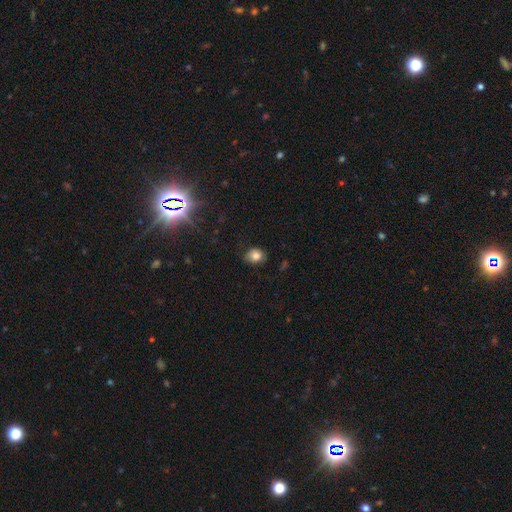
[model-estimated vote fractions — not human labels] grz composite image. It shows a smooth galaxy with no disk features (80%) that is round (57%). Merging: none (75%).